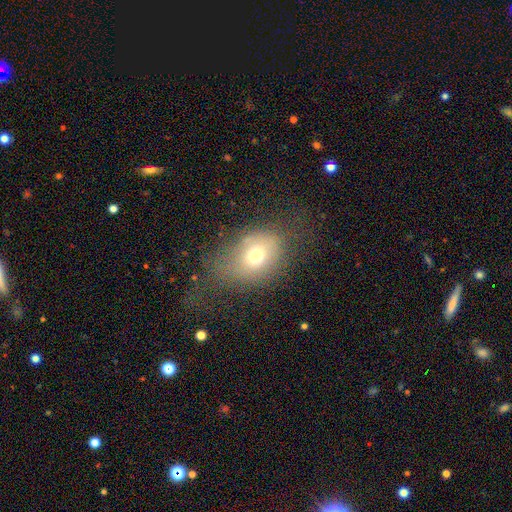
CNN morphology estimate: smooth 67%, featured or disk 20%, star or artifact 13%. Down the decision tree: how rounded — in between (66%); merging — none (46%).